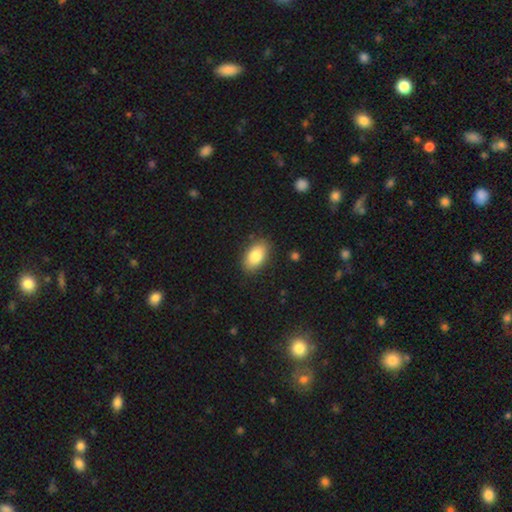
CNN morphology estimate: A smooth galaxy with no disk features (84%) that is in between round and cigar-shaped (92%). Merging: none (85%).